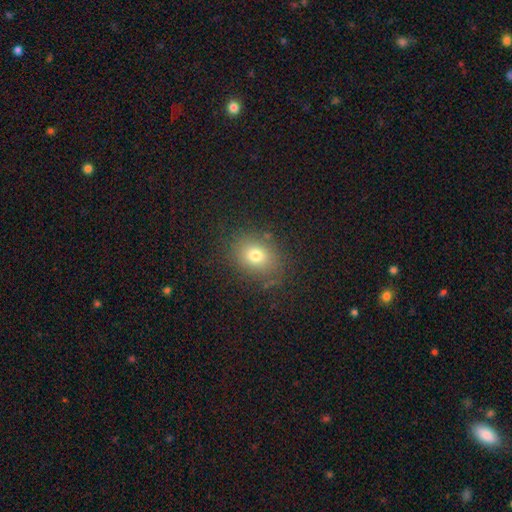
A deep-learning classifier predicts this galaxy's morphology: Q: Smooth or featured?
A: smooth (74%); runner-up: star or artifact (15%)
Q: How rounded?
A: in between (53%); runner-up: round (46%)
Q: Merging?
A: none (82%); runner-up: minor disturbance (12%)